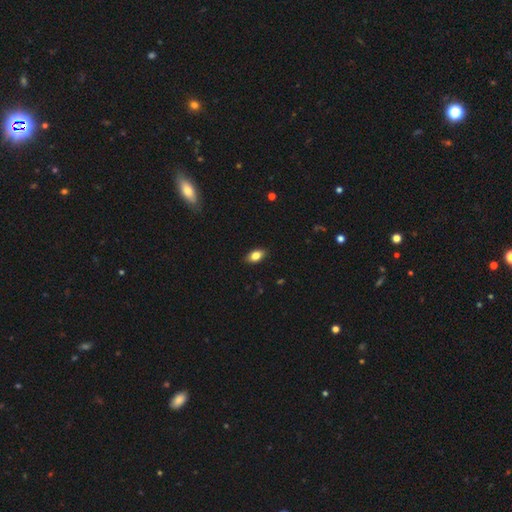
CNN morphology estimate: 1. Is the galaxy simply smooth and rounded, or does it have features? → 82% smooth, 9% featured or disk, 8% star or artifact.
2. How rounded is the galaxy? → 87% in between, 10% round, 3% cigar-shaped.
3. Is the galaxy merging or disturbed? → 88% none, 10% minor disturbance, 2% major disturbance, 1% merger.